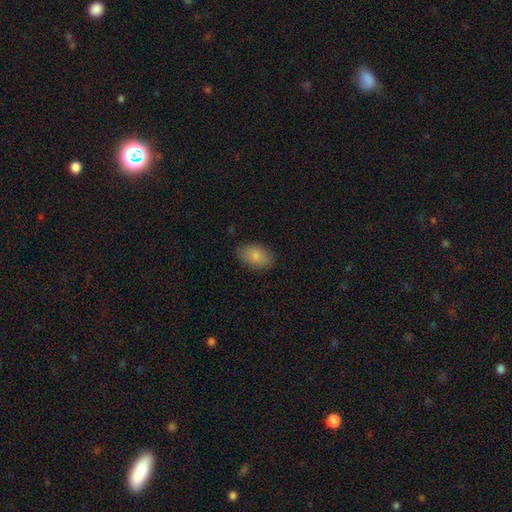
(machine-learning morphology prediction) This is clearly a smooth galaxy (86%). How rounded: clearly in between (89%). Merging: clearly none (86%).